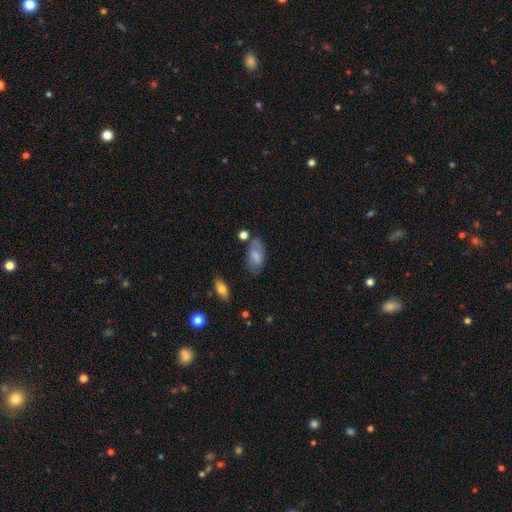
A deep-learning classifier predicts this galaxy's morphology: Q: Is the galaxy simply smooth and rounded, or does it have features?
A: smooth — 66%.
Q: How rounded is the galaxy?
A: in between — 92%.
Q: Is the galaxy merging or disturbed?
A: none — 63%.